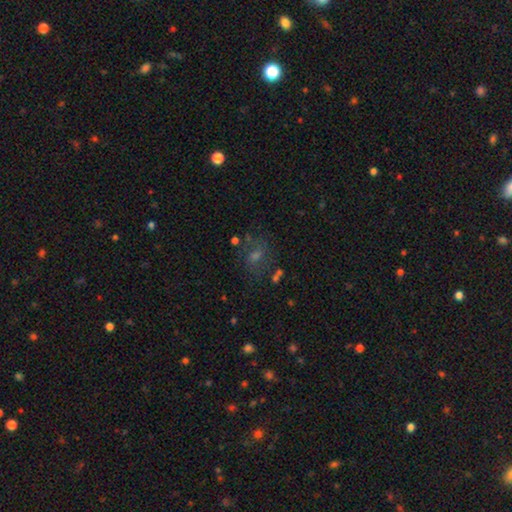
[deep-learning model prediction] This is marginally a smooth galaxy (36%). Merging: likely none (69%).